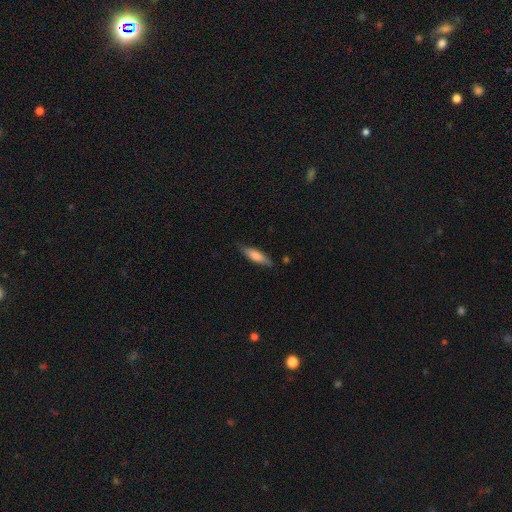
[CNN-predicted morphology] Smooth or featured?
  - smooth: 71% *
  - featured or disk: 24%
  - star or artifact: 6%
How rounded?
  - cigar-shaped: 60% *
  - in between: 38%
  - round: 2%
Merging?
  - none: 80% *
  - minor disturbance: 16%
  - major disturbance: 3%
  - merger: 2%